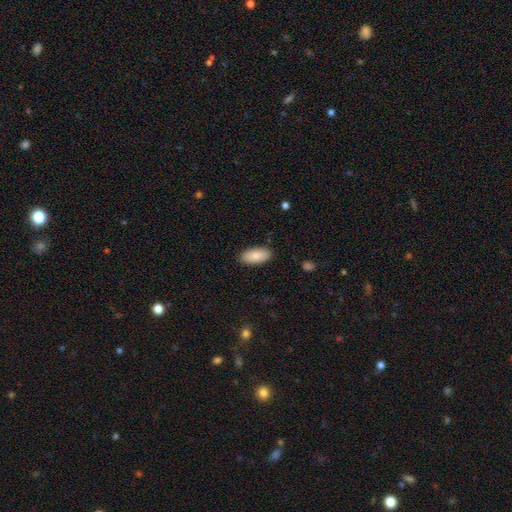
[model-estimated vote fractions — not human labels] Smooth or featured? Predicted: smooth (p=0.86). How rounded? Predicted: in between (p=0.91). Merging? Predicted: none (p=0.88).